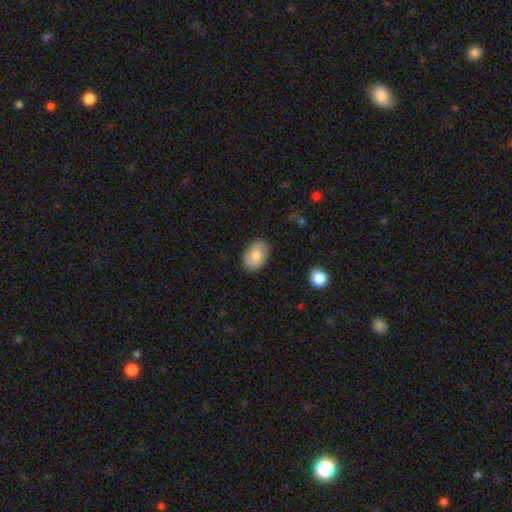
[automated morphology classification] This appears to be a smooth galaxy with no disk features (79%) that is in between round and cigar-shaped (86%). Merging: none (85%).